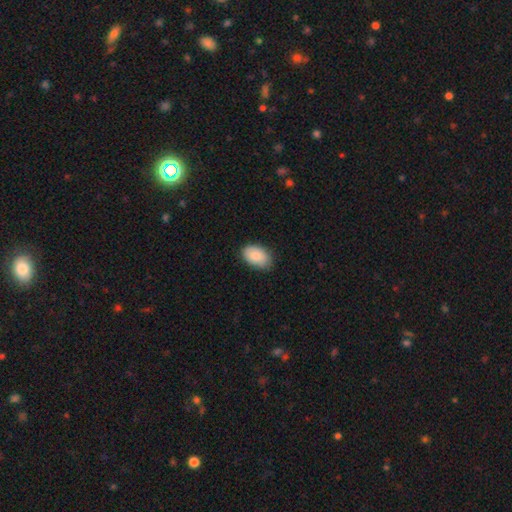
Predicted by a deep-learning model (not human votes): smooth 86%, featured or disk 8%, star or artifact 6%. Down the decision tree: how rounded — in between (90%); merging — none (83%).